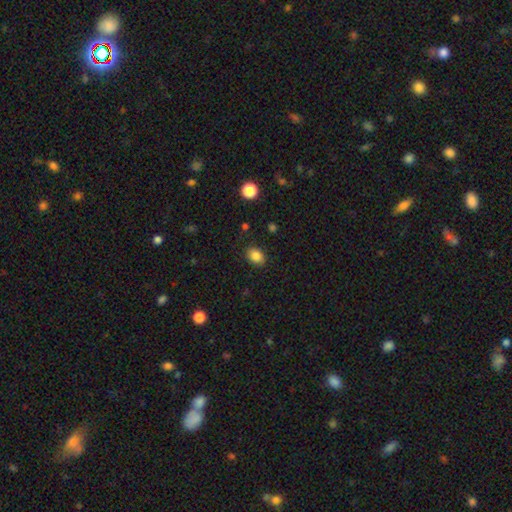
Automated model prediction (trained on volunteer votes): The model was most divided on "how rounded": in between: 69%, round: 30%, cigar-shaped: 1%. More confident: merging — none (86%); smooth or featured — smooth (85%).